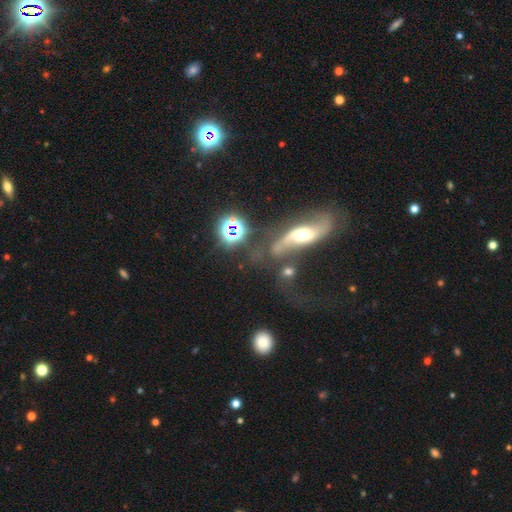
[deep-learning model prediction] Smooth or featured? featured or disk (62%)
Edge-on disk? no (77%)
Merging? none (41%)